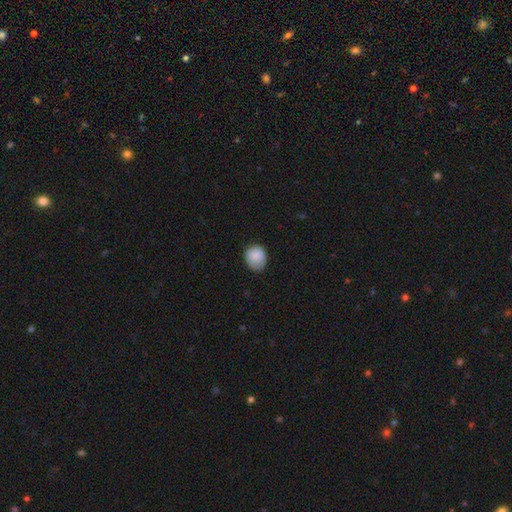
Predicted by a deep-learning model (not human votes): This is clearly a smooth galaxy (86%). How rounded: likely round (68%). Merging: likely none (70%).